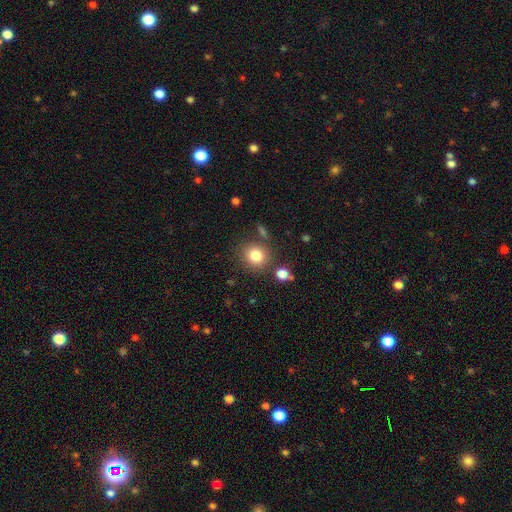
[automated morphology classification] A smooth galaxy with no disk features (83%) that is round (88%).

Vote fractions:
- Smooth or featured? smooth: 83% / star or artifact: 11% / featured or disk: 7%
- How rounded? round: 88% / in between: 11% / cigar-shaped: 1%
- Merging? none: 79% / minor disturbance: 10% / merger: 7% / major disturbance: 4%